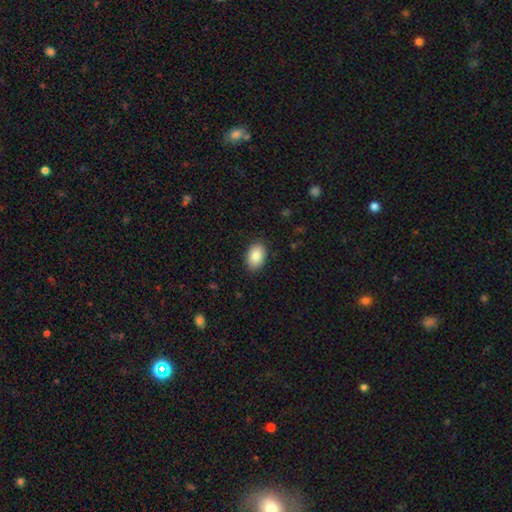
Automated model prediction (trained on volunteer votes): Overall: smooth (87%). How rounded: in between (88%). Merging: none (88%).